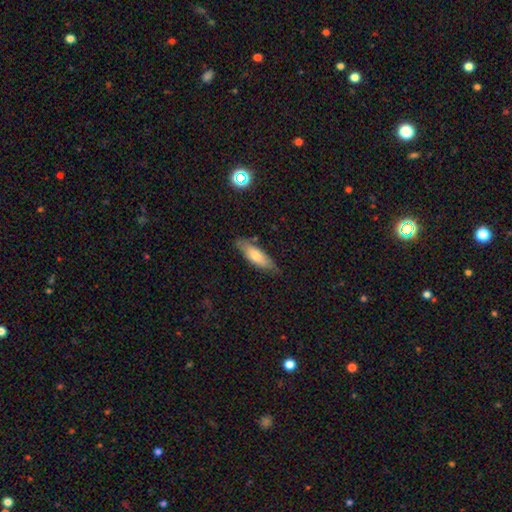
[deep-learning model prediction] Smooth or featured? smooth (71%)
How rounded? in between (54%)
Merging? none (77%)